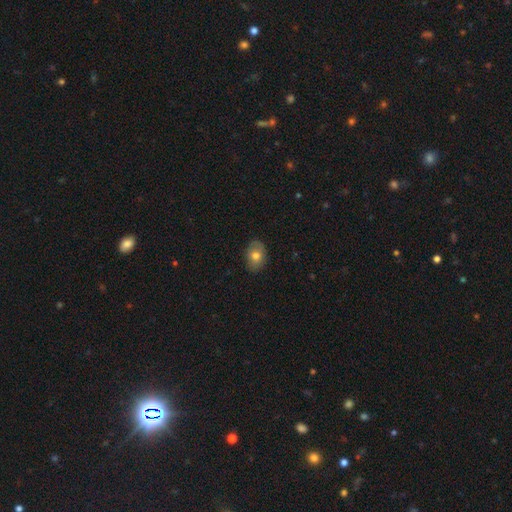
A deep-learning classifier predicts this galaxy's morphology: smooth_or_featured: smooth (p=0.72) [alt: featured or disk p=0.20]
how_rounded: in between (p=0.75) [alt: round p=0.23]
merging: none (p=0.82) [alt: minor disturbance p=0.15]